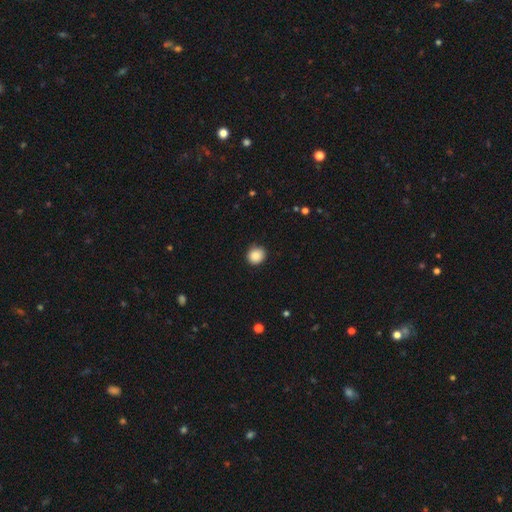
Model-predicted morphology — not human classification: smooth_or_featured: smooth (p=0.88) [alt: star or artifact p=0.09]
how_rounded: round (p=0.86) [alt: in between p=0.13]
merging: none (p=0.86) [alt: minor disturbance p=0.11]